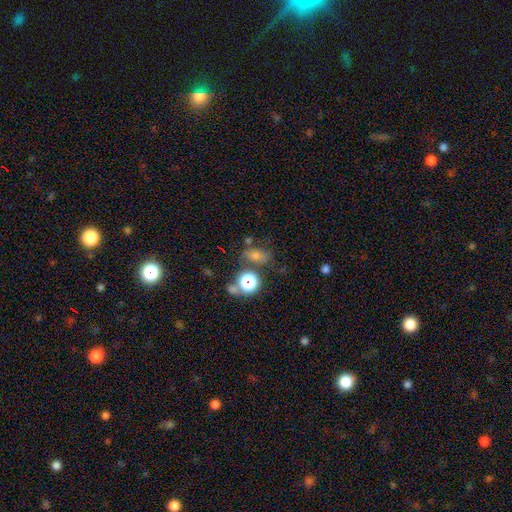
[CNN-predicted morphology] Overall: smooth (58%; star or artifact 28%). How rounded: in between (64%; round 33%). Merging: none (61%).